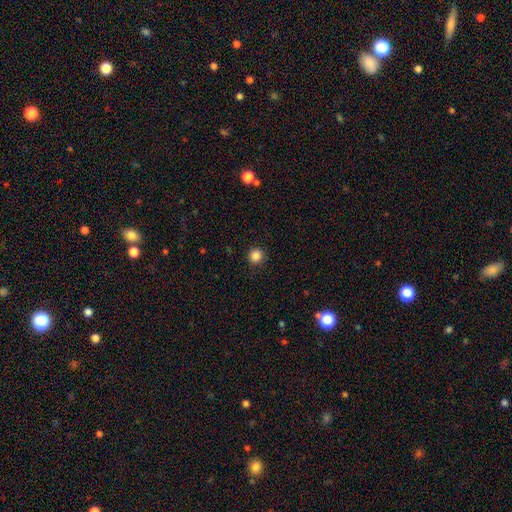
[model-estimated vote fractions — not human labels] A smooth galaxy with no disk features (85%) that is round (95%).

Vote fractions:
- Smooth or featured? smooth: 85% / star or artifact: 11% / featured or disk: 3%
- How rounded? round: 95% / in between: 4% / cigar-shaped: 1%
- Merging? none: 90% / minor disturbance: 7% / major disturbance: 2% / merger: 1%